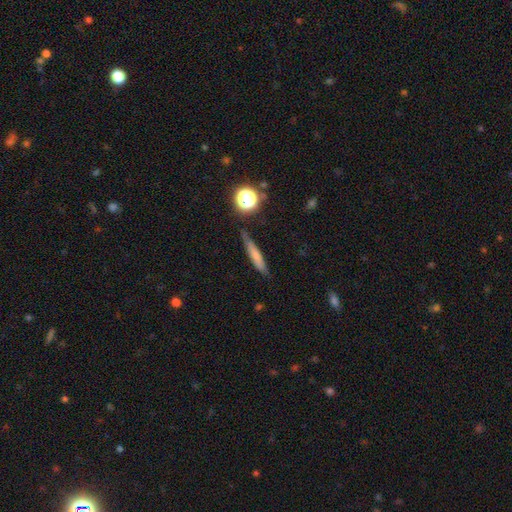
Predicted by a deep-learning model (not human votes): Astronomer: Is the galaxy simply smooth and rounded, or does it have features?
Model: smooth — 65%.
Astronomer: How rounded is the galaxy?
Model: cigar-shaped — 87%.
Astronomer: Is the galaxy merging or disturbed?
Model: none — 78%.